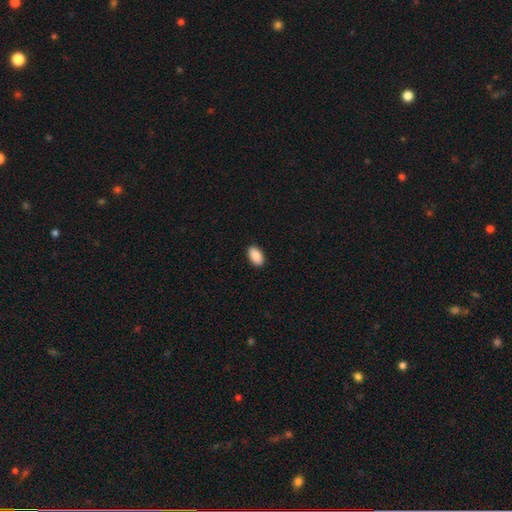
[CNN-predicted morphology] Smooth or featured? Predicted: smooth (p=0.90). How rounded? Predicted: in between (p=0.94). Merging? Predicted: none (p=0.91).